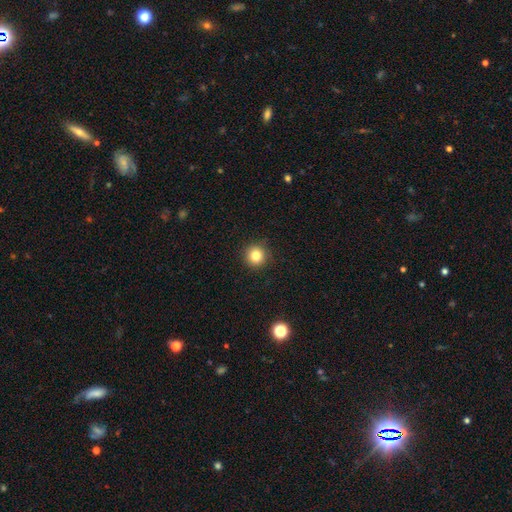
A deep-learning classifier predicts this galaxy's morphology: Overall: smooth (82%). How rounded: round (95%). Merging: none (91%).